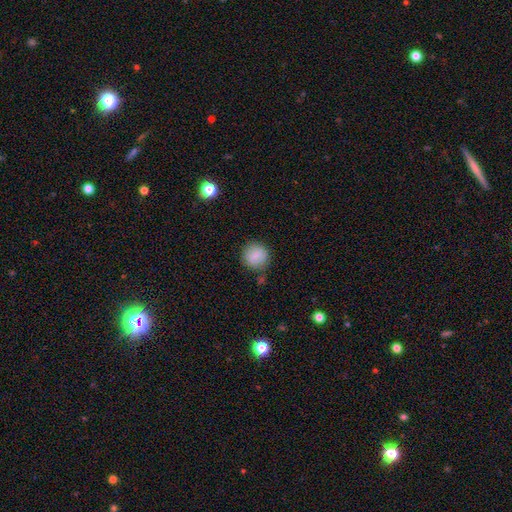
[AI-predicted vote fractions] A smooth galaxy with no disk features (85%) that is round (92%).

Vote fractions:
- Smooth or featured? smooth: 85% / star or artifact: 9% / featured or disk: 6%
- How rounded? round: 92% / in between: 7% / cigar-shaped: 1%
- Merging? none: 83% / minor disturbance: 11% / major disturbance: 3% / merger: 3%